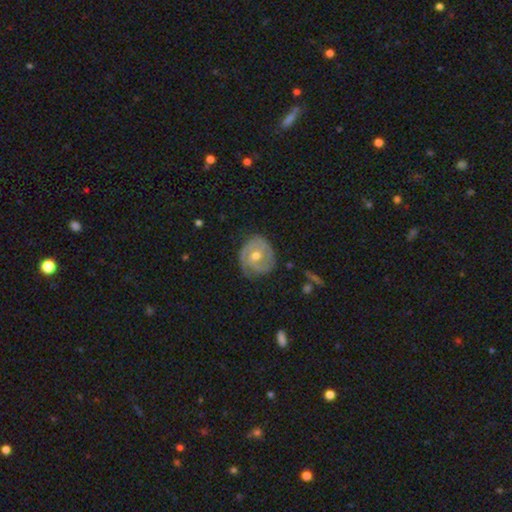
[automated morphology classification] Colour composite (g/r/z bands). It shows a featured or disk galaxy (80%) with no bar (63%), 2 (48%) tight (66%) spiral arms (92%) and a moderate central bulge (70%). Merging: none (74%).